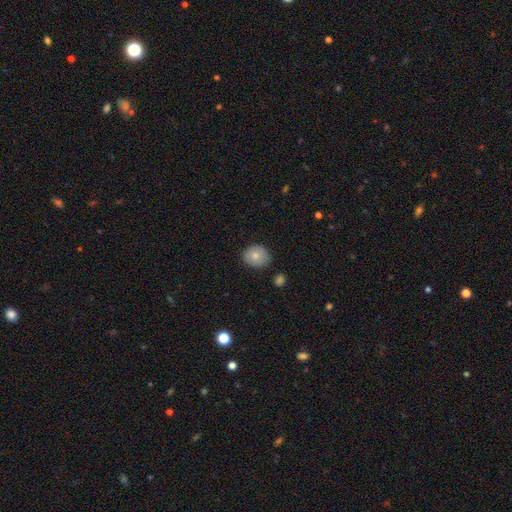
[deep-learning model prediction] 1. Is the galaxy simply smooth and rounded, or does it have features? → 79% smooth, 13% featured or disk, 8% star or artifact.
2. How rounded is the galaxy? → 64% round, 35% in between, 1% cigar-shaped.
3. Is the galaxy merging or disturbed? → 80% none, 15% minor disturbance, 3% major disturbance, 3% merger.